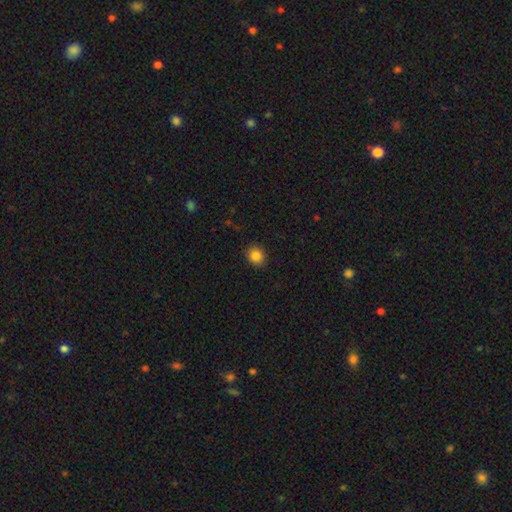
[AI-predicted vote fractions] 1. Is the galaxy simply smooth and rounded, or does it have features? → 85% smooth, 10% star or artifact, 5% featured or disk.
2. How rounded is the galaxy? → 69% round, 30% in between, 1% cigar-shaped.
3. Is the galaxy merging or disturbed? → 88% none, 9% minor disturbance, 2% major disturbance, 1% merger.